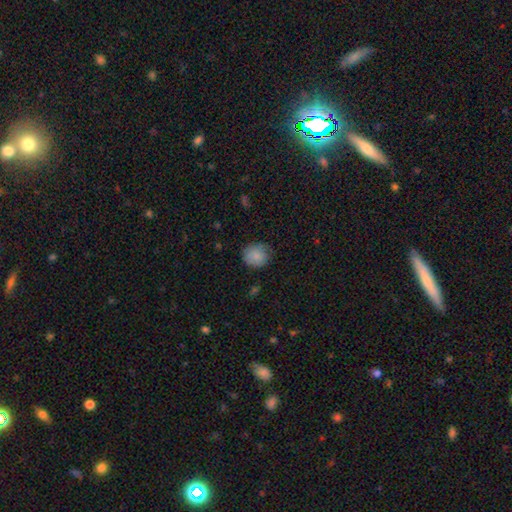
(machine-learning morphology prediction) type=smooth (85%); roundness=round (79%); merging=none (72%).